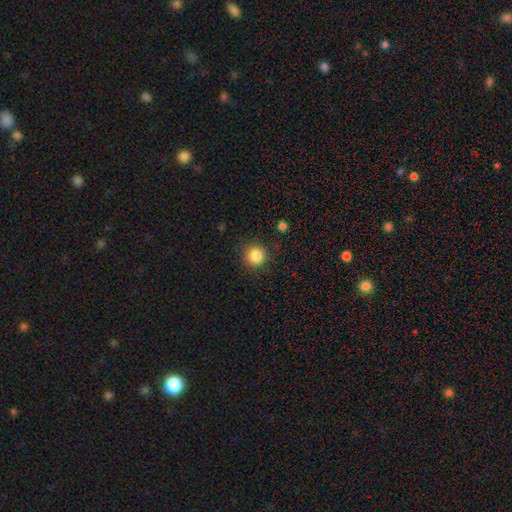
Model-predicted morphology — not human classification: Smooth or featured? Predicted: smooth (p=0.85). How rounded? Predicted: round (p=0.93). Merging? Predicted: none (p=0.87).